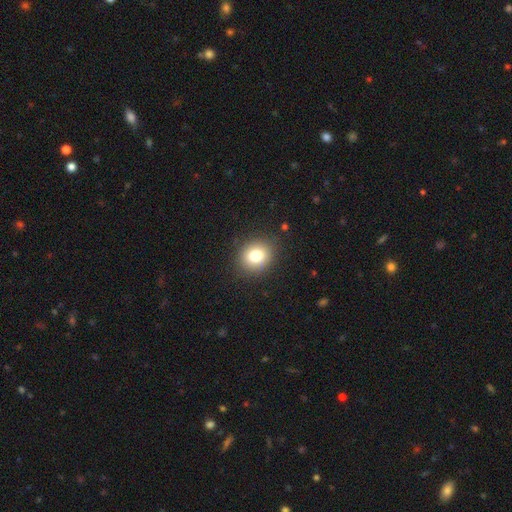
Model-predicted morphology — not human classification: Smooth or featured?
  - smooth: 79% *
  - star or artifact: 12%
  - featured or disk: 9%
How rounded?
  - round: 72% *
  - in between: 27%
  - cigar-shaped: 1%
Merging?
  - none: 89% *
  - minor disturbance: 8%
  - major disturbance: 3%
  - merger: 1%